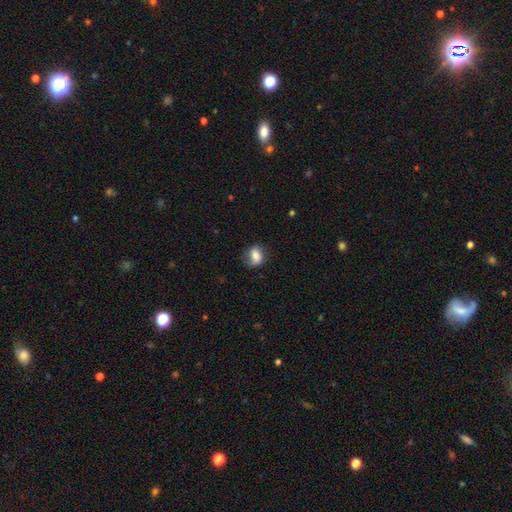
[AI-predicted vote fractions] Overall: smooth (76%). How rounded: in between (62%; round 36%). Merging: none (63%; minor disturbance 26%).